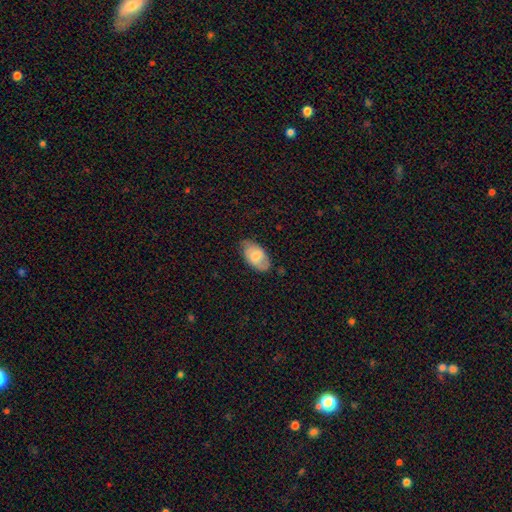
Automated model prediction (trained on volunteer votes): A smooth galaxy with no disk features (65%) that is in between round and cigar-shaped (94%).

Vote fractions:
- Smooth or featured? smooth: 65% / featured or disk: 29% / star or artifact: 6%
- How rounded? in between: 94% / round: 5% / cigar-shaped: 2%
- Merging? none: 72% / minor disturbance: 23% / major disturbance: 4% / merger: 1%